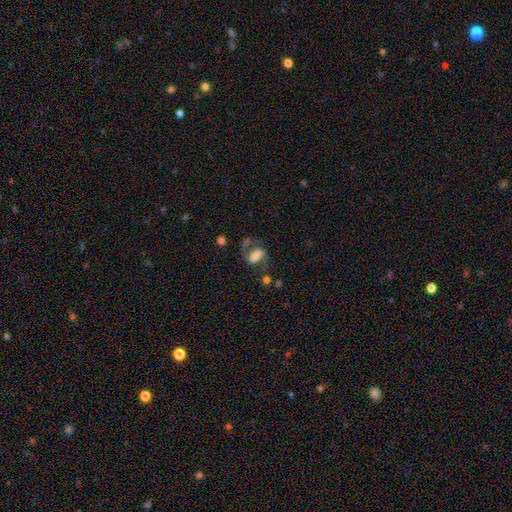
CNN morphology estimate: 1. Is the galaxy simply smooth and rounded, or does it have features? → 57% featured or disk, 33% smooth, 9% star or artifact.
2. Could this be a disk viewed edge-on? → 95% no, 5% yes.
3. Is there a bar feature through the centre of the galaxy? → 37% strong, 35% weak, 28% no.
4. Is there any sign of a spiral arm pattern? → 84% yes, 16% no.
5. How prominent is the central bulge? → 36% moderate, 27% large, 23% small, 8% none, 6% dominant.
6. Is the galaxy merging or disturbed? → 49% none, 23% major disturbance, 19% minor disturbance, 9% merger.